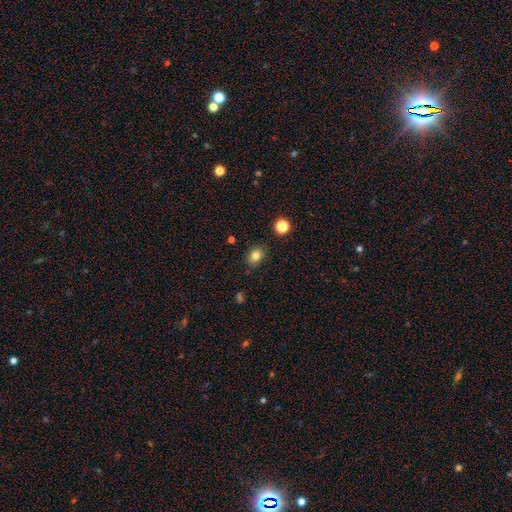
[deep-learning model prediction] The model was most divided on "how rounded": in between: 54%, round: 45%, cigar-shaped: 1%. More confident: merging — none (86%); smooth or featured — smooth (80%).